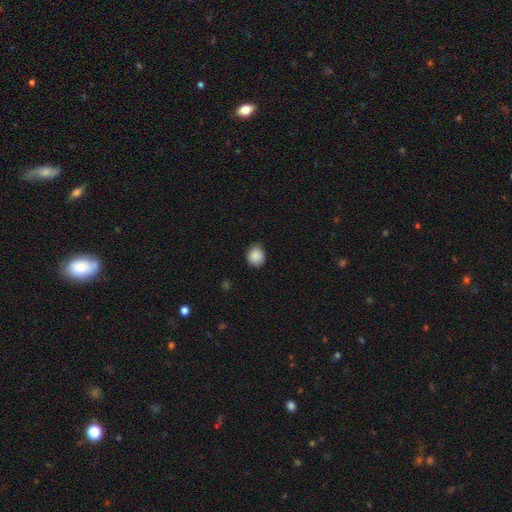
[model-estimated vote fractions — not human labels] Q: Smooth or featured?
A: smooth (88%); runner-up: star or artifact (8%)
Q: How rounded?
A: round (69%); runner-up: in between (30%)
Q: Merging?
A: none (74%); runner-up: minor disturbance (22%)